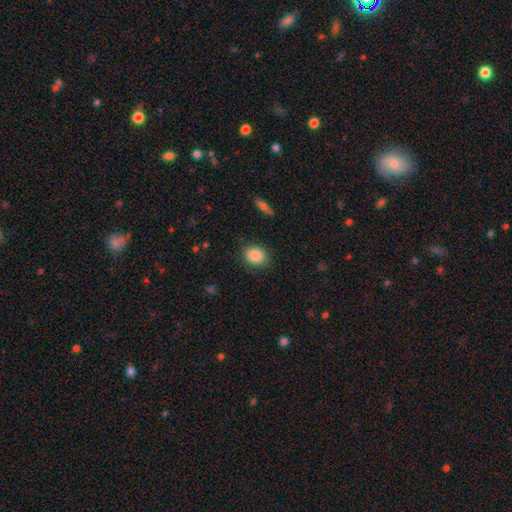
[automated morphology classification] The model was most divided on "how rounded": round: 50%, in between: 49%, cigar-shaped: 1%. More confident: smooth or featured — smooth (88%); merging — none (86%).